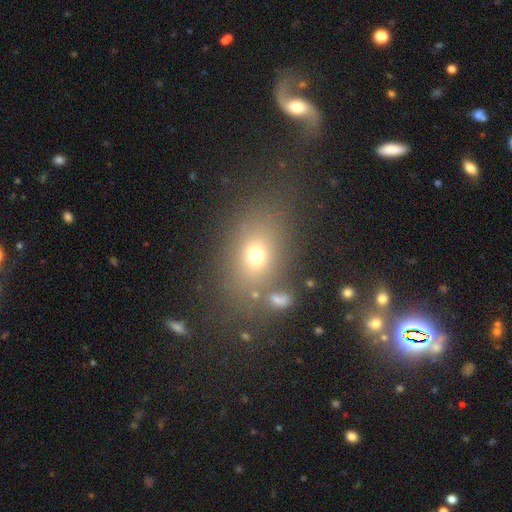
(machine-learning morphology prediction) This is likely a smooth galaxy (67%). How rounded: likely in between (66%). Merging: likely none (73%).